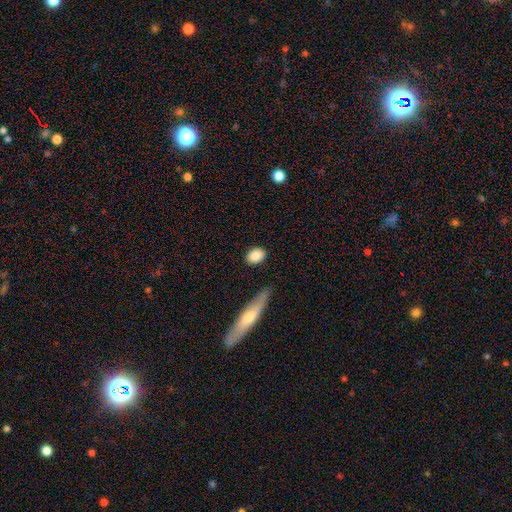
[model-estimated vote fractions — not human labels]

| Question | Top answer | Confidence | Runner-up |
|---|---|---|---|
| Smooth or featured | smooth | 86% | featured or disk (7%) |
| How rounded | in between | 69% | round (28%) |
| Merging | none | 85% | minor disturbance (10%) |